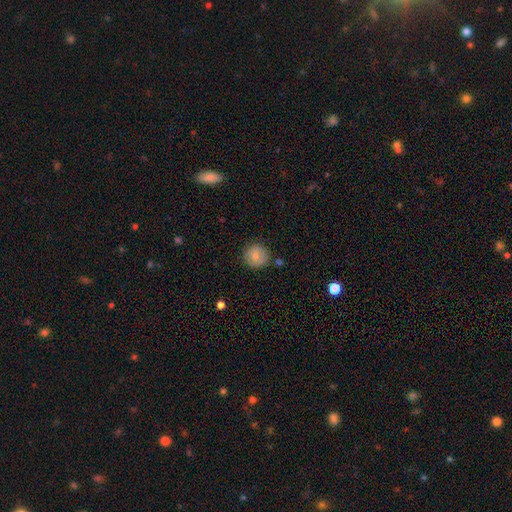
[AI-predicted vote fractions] This is likely a smooth galaxy (74%). How rounded: clearly round (93%). Merging: clearly none (82%).